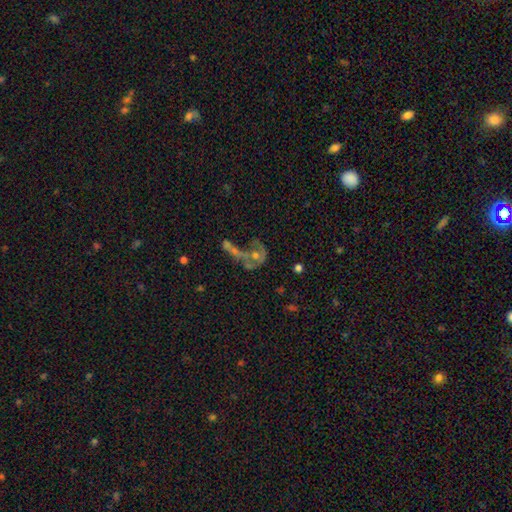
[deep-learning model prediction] smooth_or_featured: featured or disk (p=0.56) [alt: smooth p=0.25]
disk_edge_on: no (p=0.95) [alt: yes p=0.05]
bar: no (p=0.83) [alt: weak p=0.13]
has_spiral_arms: no (p=0.63) [alt: yes p=0.37]
bulge_size: small (p=0.35) [alt: moderate p=0.34]
merging: merger (p=0.39) [alt: major disturbance p=0.32]